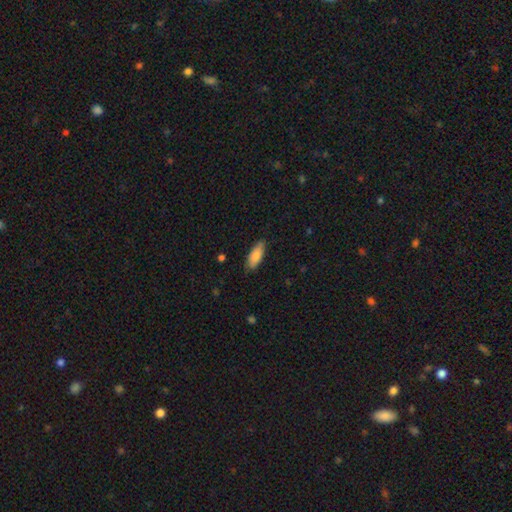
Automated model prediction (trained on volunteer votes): Smooth or featured: smooth — 81% (featured or disk — 13%)
How rounded: in between — 73% (cigar-shaped — 25%)
Merging: none — 81% (minor disturbance — 16%)